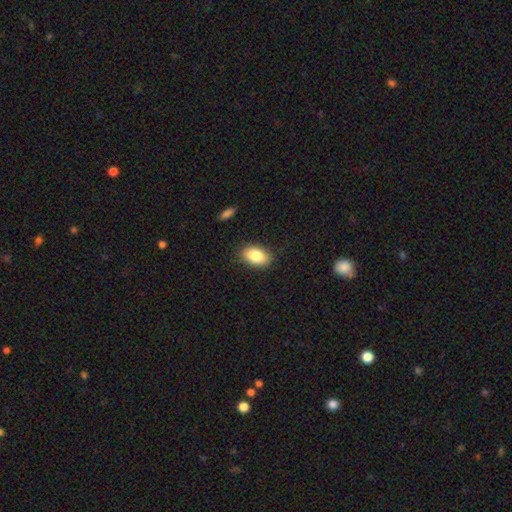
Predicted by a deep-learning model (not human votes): Smooth or featured: smooth — 84% (featured or disk — 9%)
How rounded: in between — 90% (round — 8%)
Merging: none — 86% (minor disturbance — 10%)